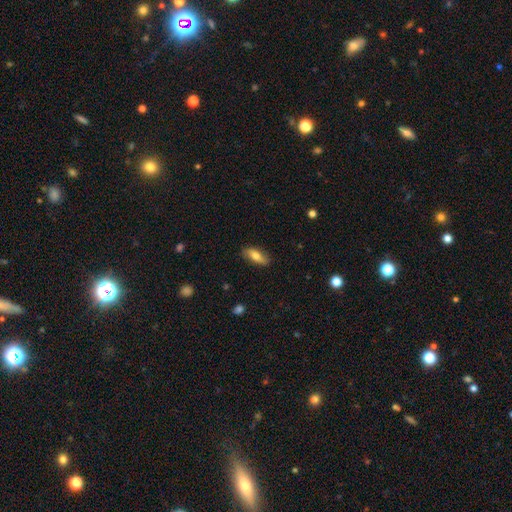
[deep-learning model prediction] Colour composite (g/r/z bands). It shows a smooth galaxy with no disk features (66%) that is in between round and cigar-shaped (72%). Merging: none (83%).